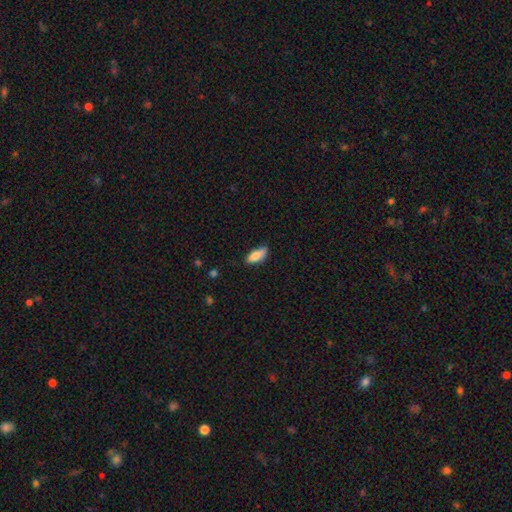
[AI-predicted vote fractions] smooth_or_featured: smooth (p=0.81) [alt: featured or disk p=0.12]
how_rounded: in between (p=0.79) [alt: cigar-shaped p=0.19]
merging: none (p=0.75) [alt: minor disturbance p=0.20]